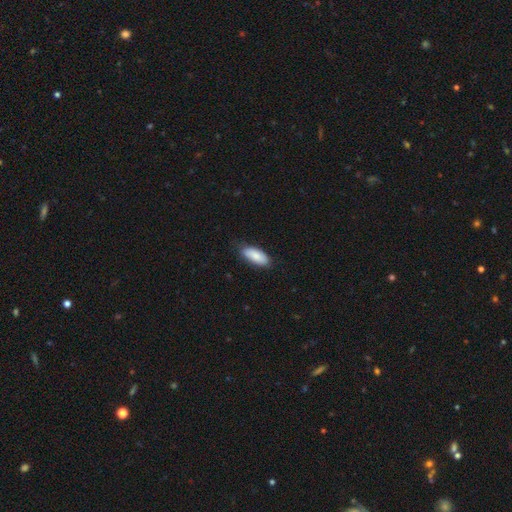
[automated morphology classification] Smooth or featured? smooth (85%)
How rounded? in between (84%)
Merging? none (77%)